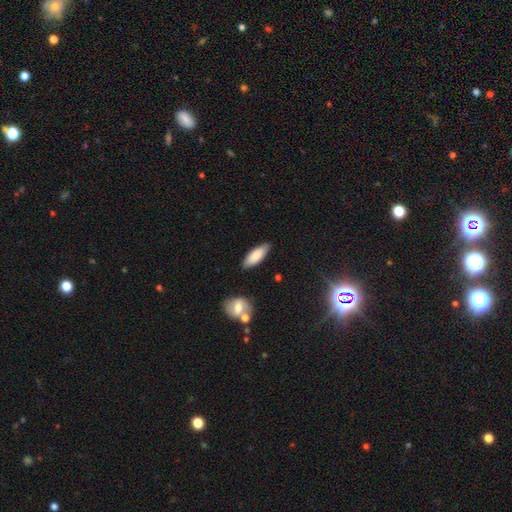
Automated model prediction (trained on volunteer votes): Q: Smooth or featured?
A: smooth (84%); runner-up: featured or disk (10%)
Q: How rounded?
A: in between (70%); runner-up: cigar-shaped (28%)
Q: Merging?
A: none (83%); runner-up: minor disturbance (13%)